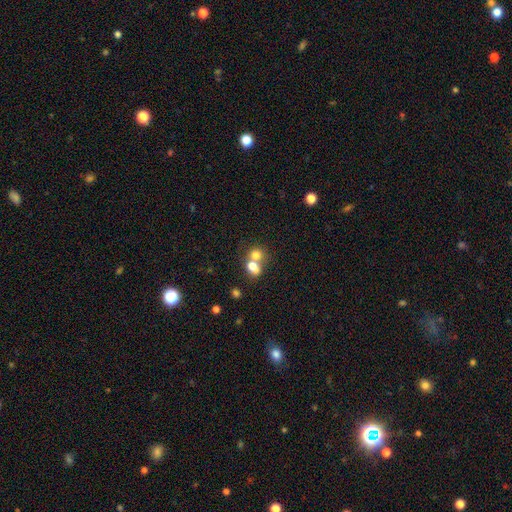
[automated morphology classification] Q: Smooth or featured?
A: smooth (72%); runner-up: featured or disk (17%)
Q: How rounded?
A: round (59%); runner-up: in between (40%)
Q: Merging?
A: merger (65%); runner-up: none (25%)